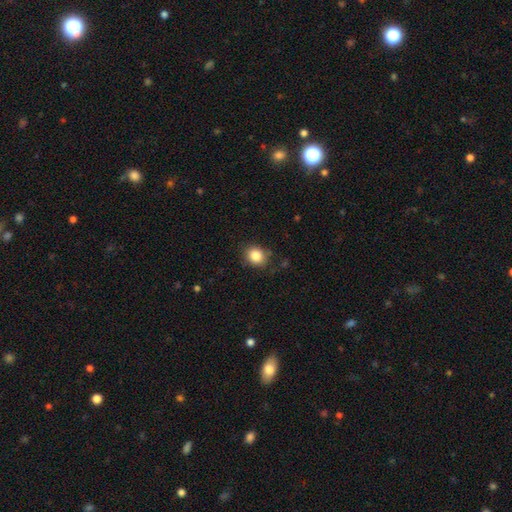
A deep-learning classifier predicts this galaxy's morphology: This is clearly a smooth galaxy (85%). How rounded: likely round (69%). Merging: clearly none (84%).